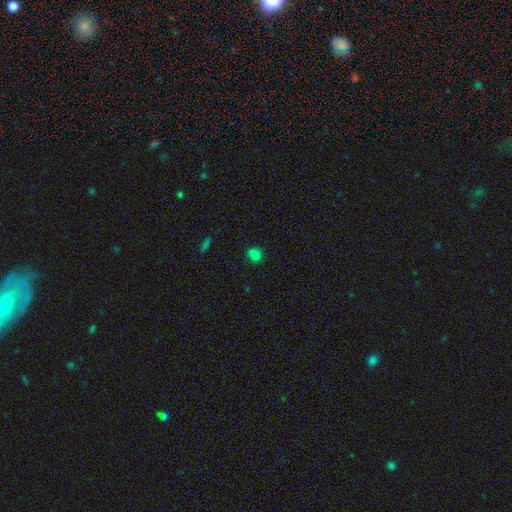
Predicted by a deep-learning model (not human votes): smooth 70%, star or artifact 22%, featured or disk 8%. Down the decision tree: how rounded — round (62%); merging — none (68%).